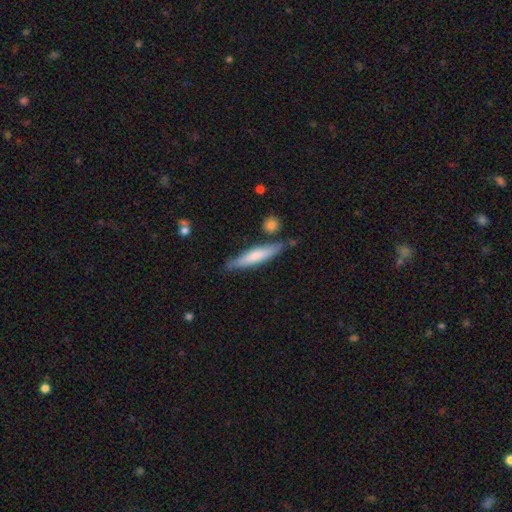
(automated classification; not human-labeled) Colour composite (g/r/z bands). It shows a smooth galaxy with no disk features (63%) that is cigar-shaped (86%). Merging: none (78%).